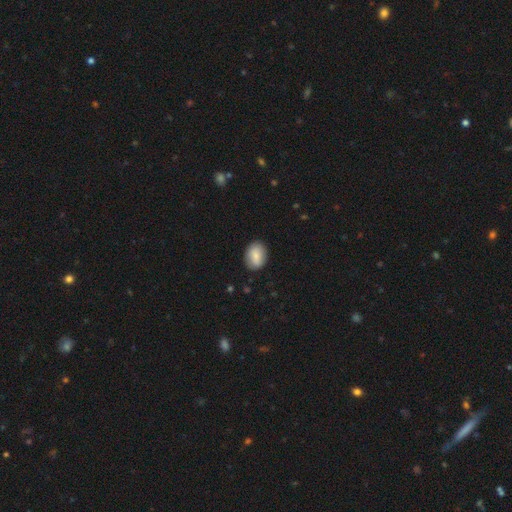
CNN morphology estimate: type=smooth (82%); roundness=in between (77%); merging=none (85%).